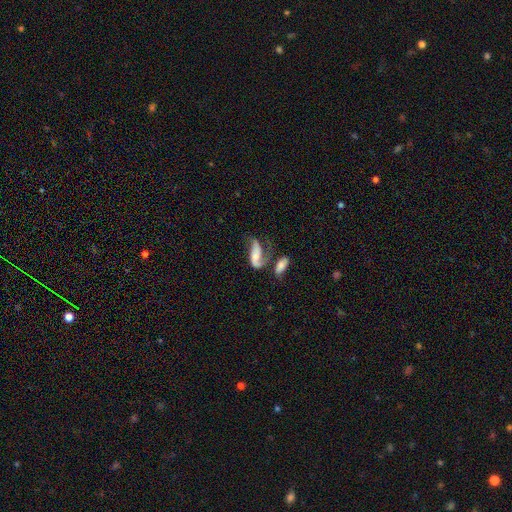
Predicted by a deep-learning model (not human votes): Smooth or featured? Predicted: featured or disk (p=0.61). Edge-on disk? Predicted: no (p=0.91). Bar? Predicted: no (p=0.56). Spiral arms? Predicted: yes (p=0.83). Bulge size? Predicted: small (p=0.41). Merging? Predicted: merger (p=0.35).